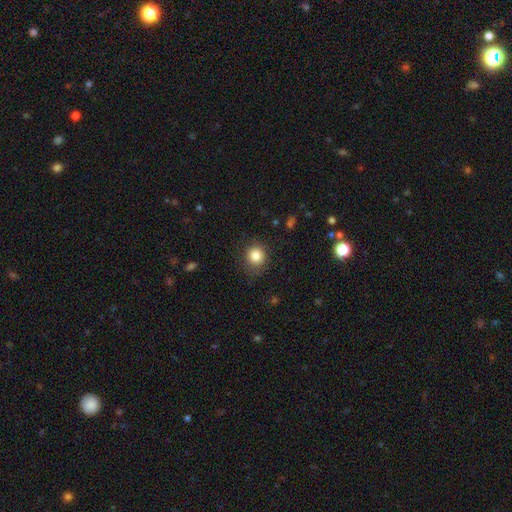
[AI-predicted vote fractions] The model was most divided on "merging": none: 83%, minor disturbance: 12%, major disturbance: 4%, merger: 1%. More confident: how rounded — round (86%); smooth or featured — smooth (84%).